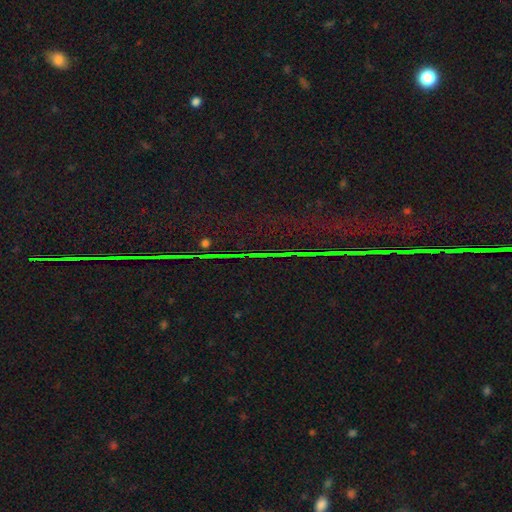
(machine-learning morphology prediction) This is clearly a star or artifact rather than a galaxy (86%).